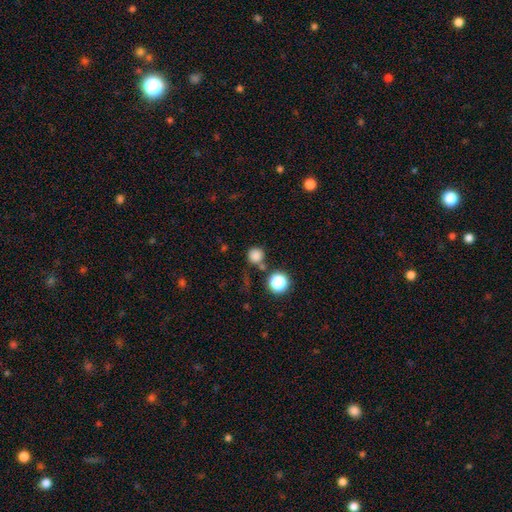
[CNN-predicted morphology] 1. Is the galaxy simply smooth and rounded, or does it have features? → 80% smooth, 15% star or artifact, 5% featured or disk.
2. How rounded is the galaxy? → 94% round, 5% in between, 1% cigar-shaped.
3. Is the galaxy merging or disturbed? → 73% none, 12% merger, 10% minor disturbance, 4% major disturbance.